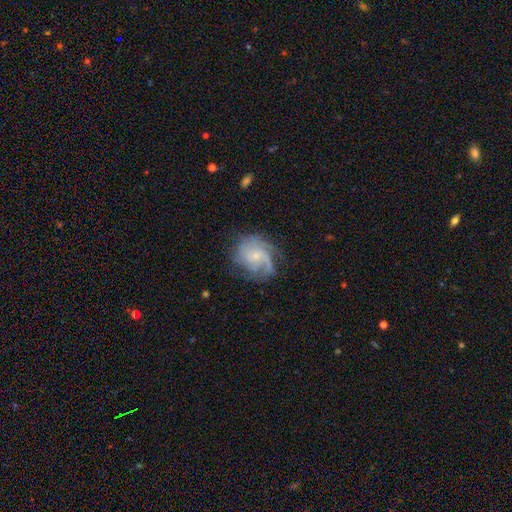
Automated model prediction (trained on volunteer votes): Overall: featured or disk (80%). Edge-on disk: no (98%). Bar: no (71%). Spiral arms: yes (95%). Spiral arm count: 3 (28%; can't tell 27%). Spiral winding: tight (42%; medium 40%). Bulge size: small (75%). Merging: none (65%).